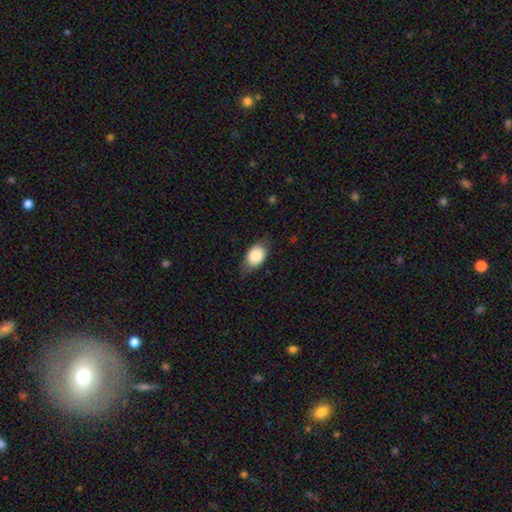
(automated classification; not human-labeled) Q: Smooth or featured?
A: smooth (82%); runner-up: featured or disk (11%)
Q: How rounded?
A: in between (79%); runner-up: round (19%)
Q: Merging?
A: none (71%); runner-up: minor disturbance (22%)